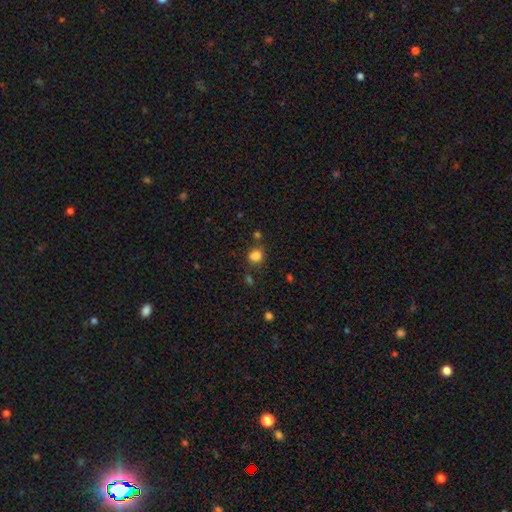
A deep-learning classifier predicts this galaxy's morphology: Q: Smooth or featured?
A: smooth (81%); runner-up: star or artifact (13%)
Q: How rounded?
A: round (66%); runner-up: in between (33%)
Q: Merging?
A: none (69%); runner-up: minor disturbance (16%)